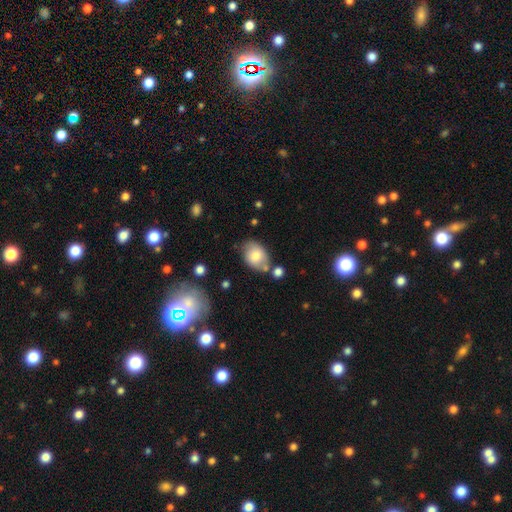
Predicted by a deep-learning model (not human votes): The model was most divided on "merging": none: 65%, minor disturbance: 20%, merger: 11%, major disturbance: 5%. More confident: how rounded — in between (80%); smooth or featured — smooth (74%).